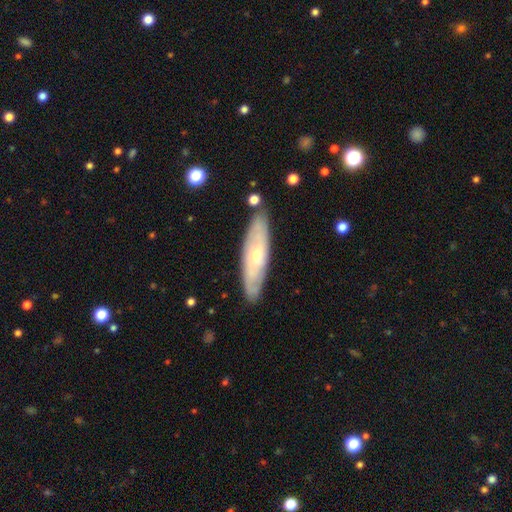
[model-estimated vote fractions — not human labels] This is possibly a featured or disk galaxy (57%). It is likely not viewed edge-on (63%). Merging: clearly none (83%).